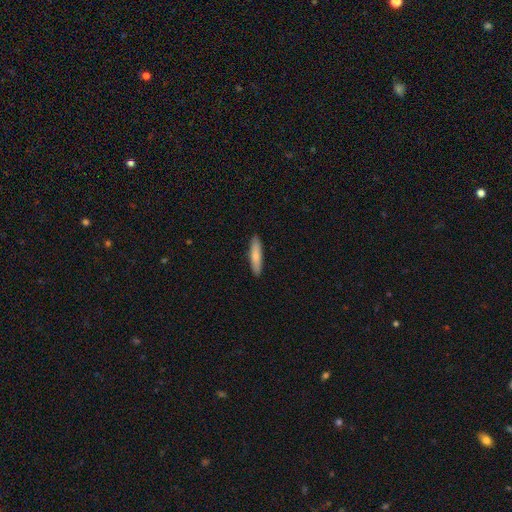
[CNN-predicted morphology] A smooth galaxy with no disk features (78%) that is cigar-shaped (82%).

Vote fractions:
- Smooth or featured? smooth: 78% / featured or disk: 17% / star or artifact: 5%
- How rounded? cigar-shaped: 82% / in between: 17% / round: 1%
- Merging? none: 91% / minor disturbance: 7% / major disturbance: 1% / merger: 1%